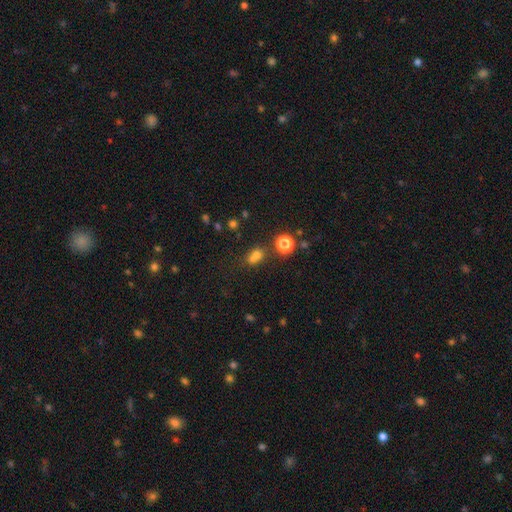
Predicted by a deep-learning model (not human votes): smooth 65%, star or artifact 25%, featured or disk 10%. Down the decision tree: how rounded — round (56%); merging — none (46%).